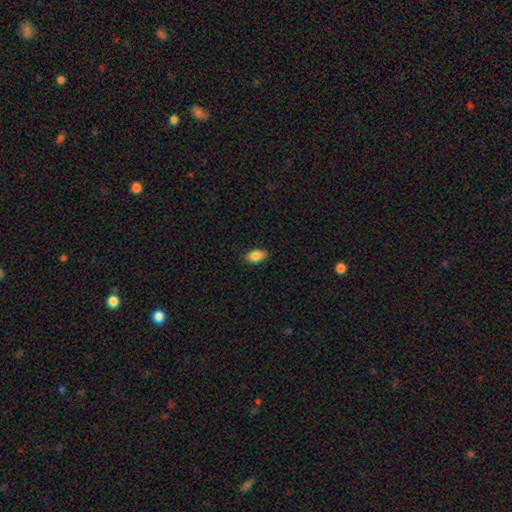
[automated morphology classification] Smooth or featured? Predicted: smooth (p=0.84). How rounded? Predicted: in between (p=0.88). Merging? Predicted: none (p=0.86).